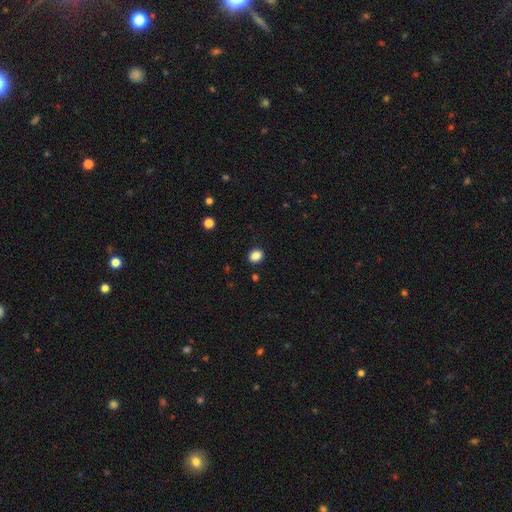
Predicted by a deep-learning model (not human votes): smooth_or_featured: smooth (p=0.86) [alt: star or artifact p=0.10]
how_rounded: round (p=0.55) [alt: in between p=0.44]
merging: none (p=0.90) [alt: minor disturbance p=0.07]